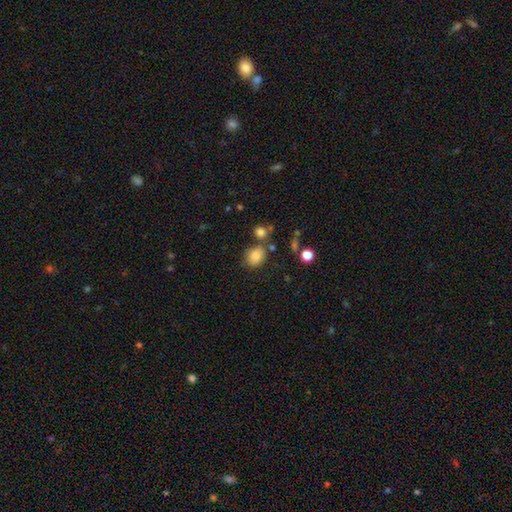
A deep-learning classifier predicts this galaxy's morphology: smooth 83%, star or artifact 11%, featured or disk 6%. Down the decision tree: how rounded — in between (56%); merging — none (65%).